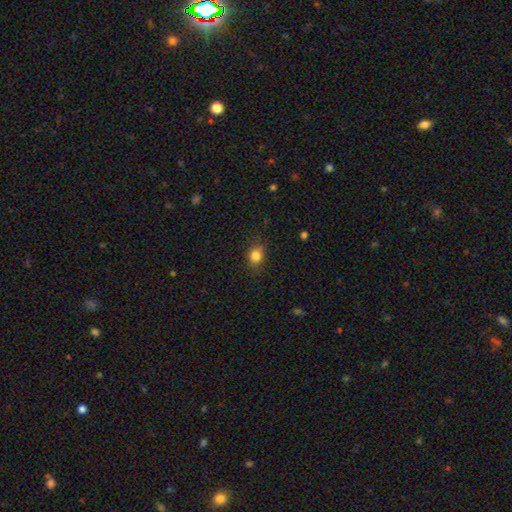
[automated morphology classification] This appears to be a smooth galaxy with no disk features (83%) that is in between round and cigar-shaped (55%). Merging: none (81%).